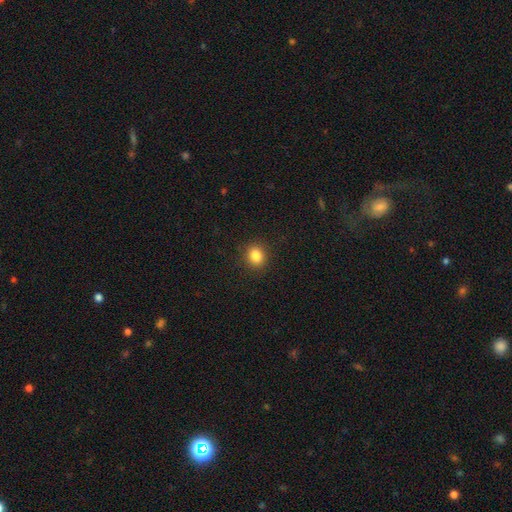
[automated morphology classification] This appears to be a smooth galaxy with no disk features (84%) that is round (73%). Merging: none (90%).